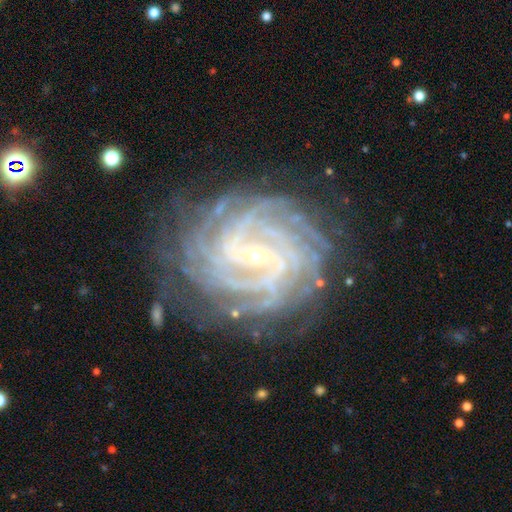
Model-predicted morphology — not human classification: Overall: featured or disk (91%). Edge-on disk: no (98%). Bar: weak (40%; no 37%). Spiral arms: yes (98%). Spiral arm count: 4 (24%, tied with more than 4). Spiral winding: tight (81%). Bulge size: small (85%). Merging: none (81%).